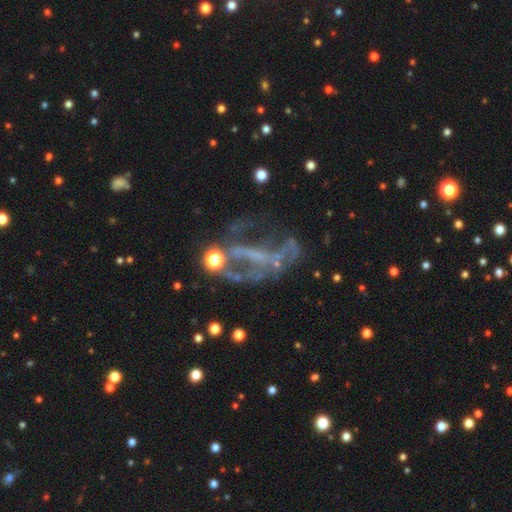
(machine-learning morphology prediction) smooth_or_featured: featured or disk (p=0.59) [alt: star or artifact p=0.26]
disk_edge_on: no (p=0.91) [alt: yes p=0.09]
bar: no (p=0.53) [alt: strong p=0.25]
has_spiral_arms: no (p=0.64) [alt: yes p=0.36]
bulge_size: none (p=0.65) [alt: small p=0.22]
merging: major disturbance (p=0.42) [alt: none p=0.32]